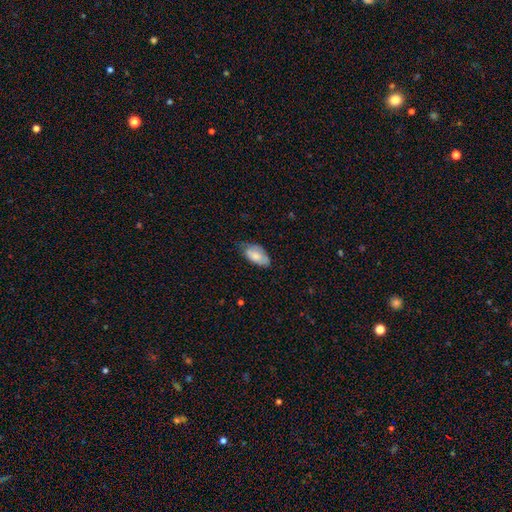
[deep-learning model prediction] The model was most divided on "merging": none: 51%, minor disturbance: 38%, major disturbance: 10%, merger: 2%. More confident: how rounded — in between (93%); smooth or featured — smooth (75%).